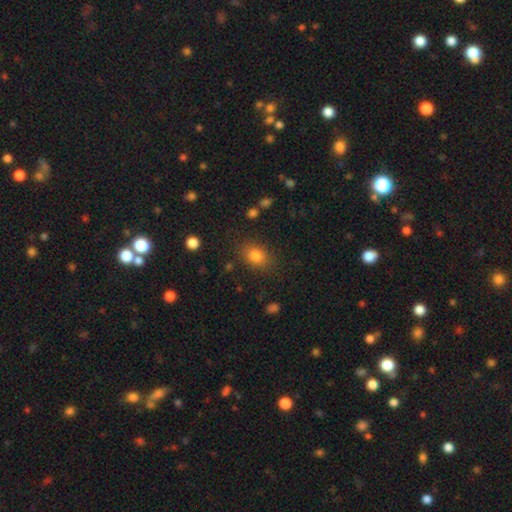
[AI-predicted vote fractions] The model was most divided on "how rounded": in between: 66%, round: 32%, cigar-shaped: 1%. More confident: smooth or featured — smooth (82%); merging — none (82%).